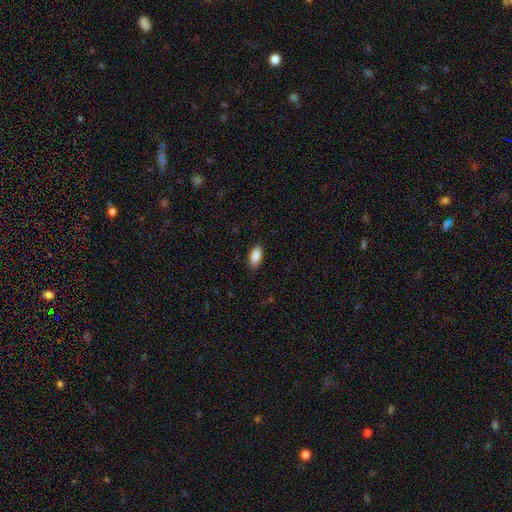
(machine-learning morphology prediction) Smooth or featured? smooth (89%)
How rounded? in between (91%)
Merging? none (88%)